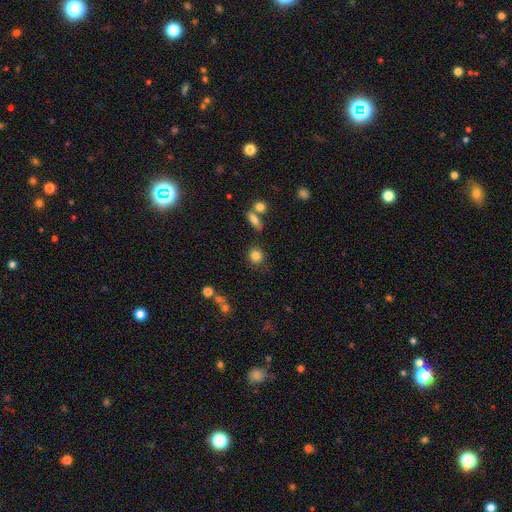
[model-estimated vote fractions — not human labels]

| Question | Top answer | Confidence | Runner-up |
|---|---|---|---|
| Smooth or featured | smooth | 83% | star or artifact (10%) |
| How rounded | round | 82% | in between (17%) |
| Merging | none | 78% | minor disturbance (12%) |